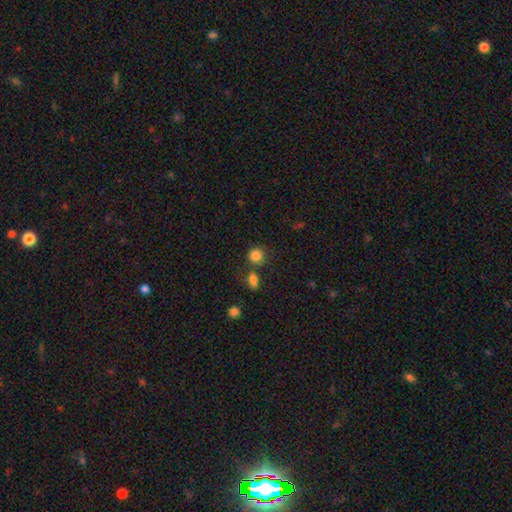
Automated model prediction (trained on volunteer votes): Smooth or featured? Predicted: smooth (p=0.84). How rounded? Predicted: round (p=0.87). Merging? Predicted: none (p=0.69).